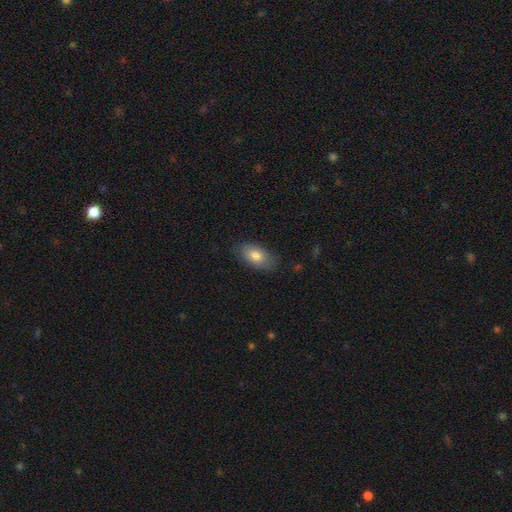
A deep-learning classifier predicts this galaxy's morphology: Smooth or featured: smooth — 77% (featured or disk — 17%)
How rounded: in between — 92% (round — 5%)
Merging: none — 81% (minor disturbance — 15%)